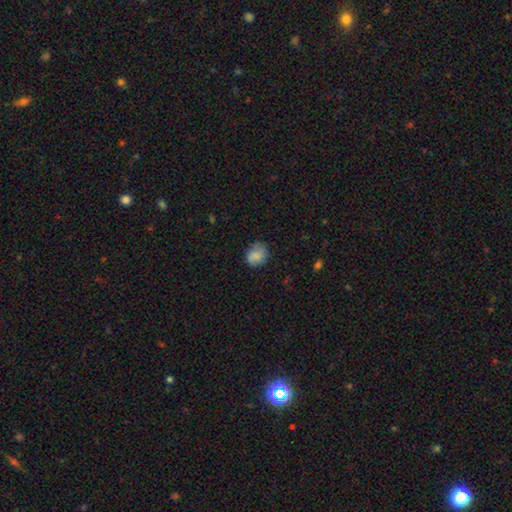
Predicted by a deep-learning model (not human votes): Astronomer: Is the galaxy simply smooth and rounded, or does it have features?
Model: smooth — 79%.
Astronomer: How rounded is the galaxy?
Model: round — 63%.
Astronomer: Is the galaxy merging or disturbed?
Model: none — 66%.